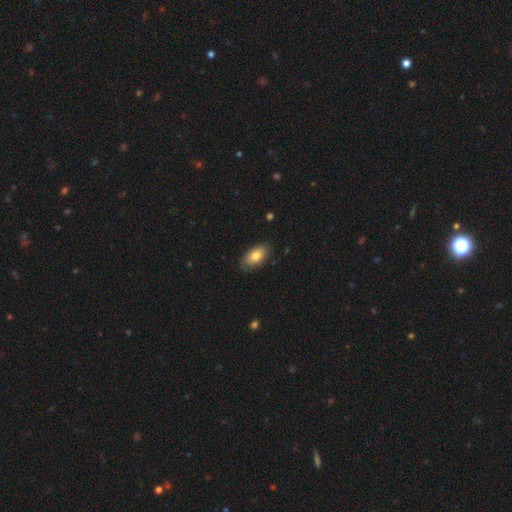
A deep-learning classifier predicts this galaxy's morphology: Smooth or featured? smooth (78%)
How rounded? in between (93%)
Merging? none (83%)